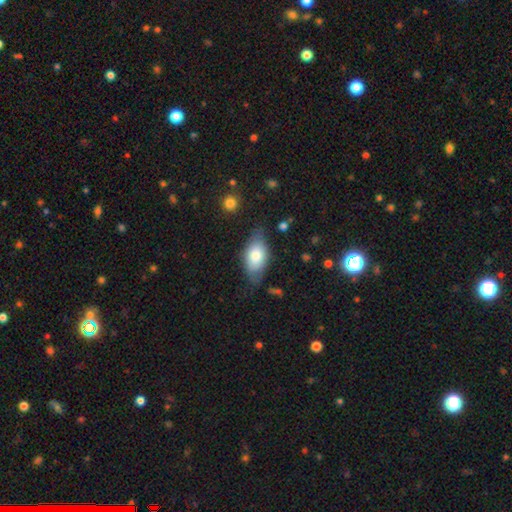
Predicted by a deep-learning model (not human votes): smooth-or-featured: smooth: 75% | featured or disk: 19% | star or artifact: 6%
  how-rounded: in between: 91% | round: 4% | cigar-shaped: 4%
  merging: none: 65% | minor disturbance: 26% | major disturbance: 7% | merger: 2%